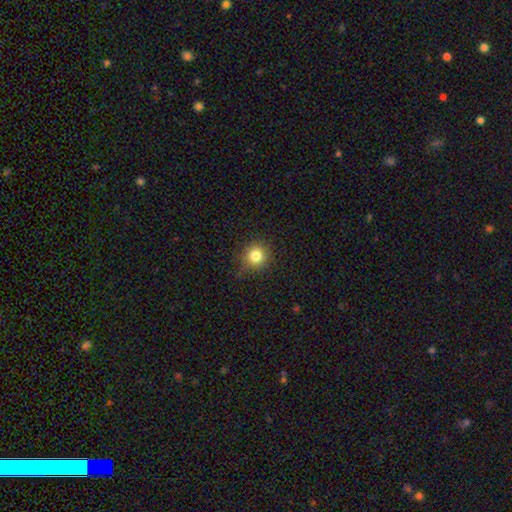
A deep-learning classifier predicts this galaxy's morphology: Smooth or featured? smooth (81%)
How rounded? round (91%)
Merging? none (83%)